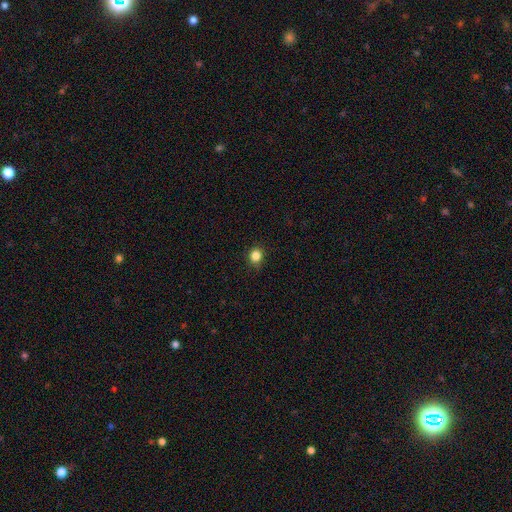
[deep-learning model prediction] Smooth or featured?
  - smooth: 84% *
  - star or artifact: 12%
  - featured or disk: 4%
How rounded?
  - round: 83% *
  - in between: 16%
  - cigar-shaped: 1%
Merging?
  - none: 86% *
  - minor disturbance: 11%
  - major disturbance: 2%
  - merger: 1%